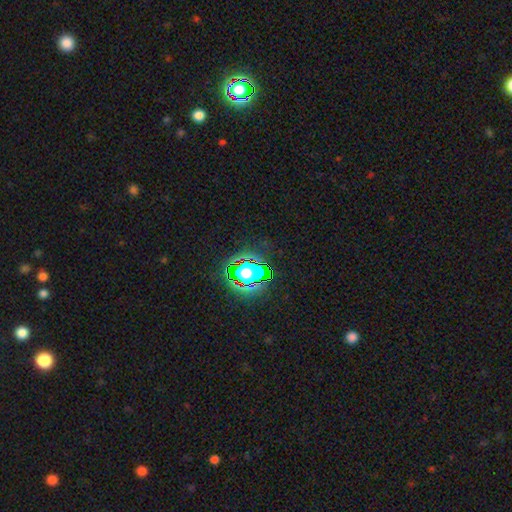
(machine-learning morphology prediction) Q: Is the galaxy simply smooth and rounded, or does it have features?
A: star or artifact — 80%.